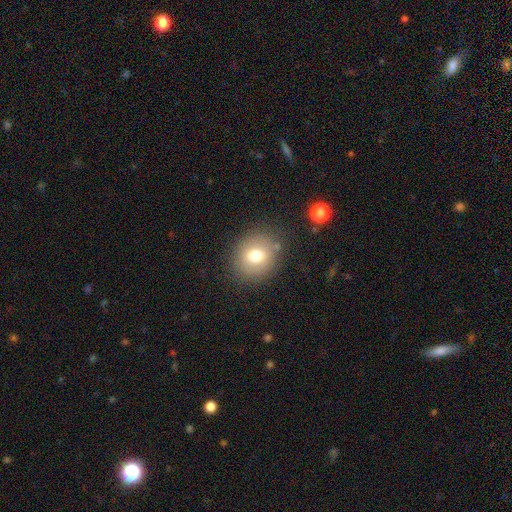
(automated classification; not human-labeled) A smooth galaxy with no disk features (73%) that is round (74%).

Vote fractions:
- Smooth or featured? smooth: 73% / featured or disk: 16% / star or artifact: 12%
- How rounded? round: 74% / in between: 25% / cigar-shaped: 1%
- Merging? none: 81% / minor disturbance: 11% / major disturbance: 4% / merger: 3%